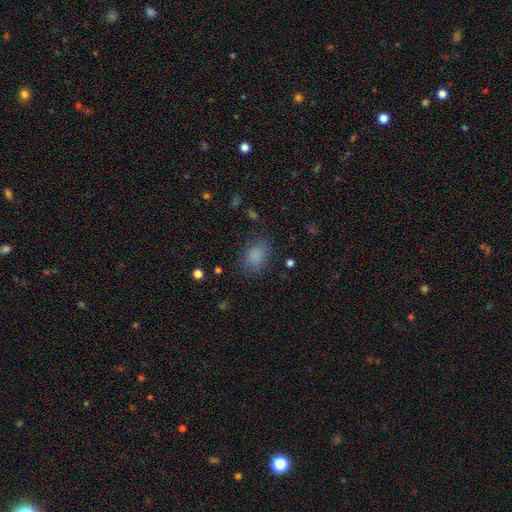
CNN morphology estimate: This is clearly a smooth galaxy (83%). How rounded: likely in between (72%). Merging: likely none (77%).